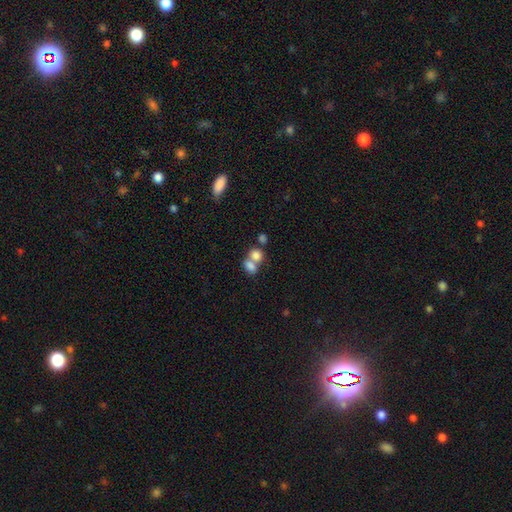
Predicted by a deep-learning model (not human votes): smooth 78%, featured or disk 12%, star or artifact 10%. Down the decision tree: how rounded — in between (50%); merging — merger (61%).